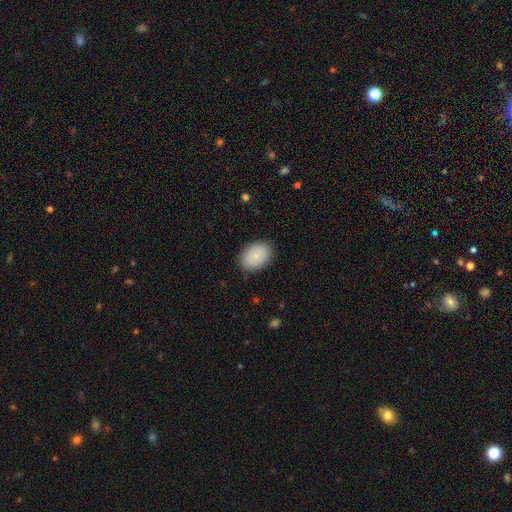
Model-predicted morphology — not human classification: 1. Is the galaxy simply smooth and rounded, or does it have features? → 85% smooth, 9% featured or disk, 7% star or artifact.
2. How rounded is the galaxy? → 84% in between, 15% round, 1% cigar-shaped.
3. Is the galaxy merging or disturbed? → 87% none, 10% minor disturbance, 2% major disturbance, 1% merger.